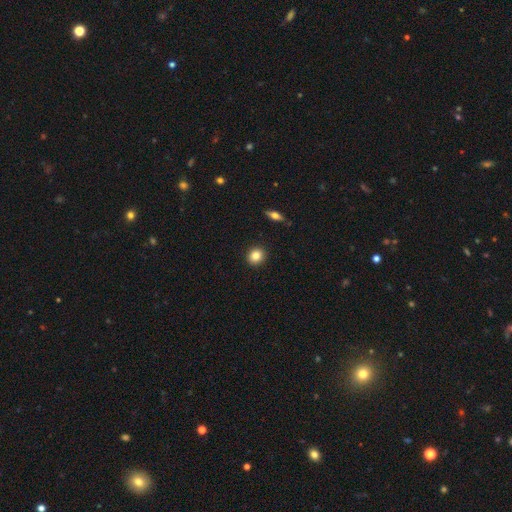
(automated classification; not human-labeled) smooth 84%, star or artifact 9%, featured or disk 6%. Down the decision tree: how rounded — round (83%); merging — none (92%).